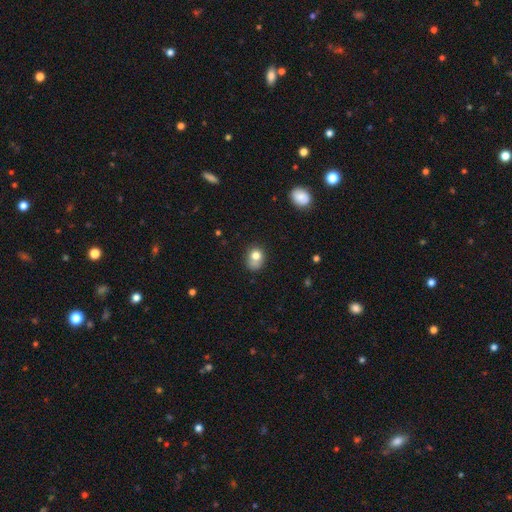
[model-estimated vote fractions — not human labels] smooth_or_featured: smooth (p=0.76) [alt: featured or disk p=0.12]
how_rounded: round (p=0.57) [alt: in between p=0.42]
merging: none (p=0.51) [alt: minor disturbance p=0.29]